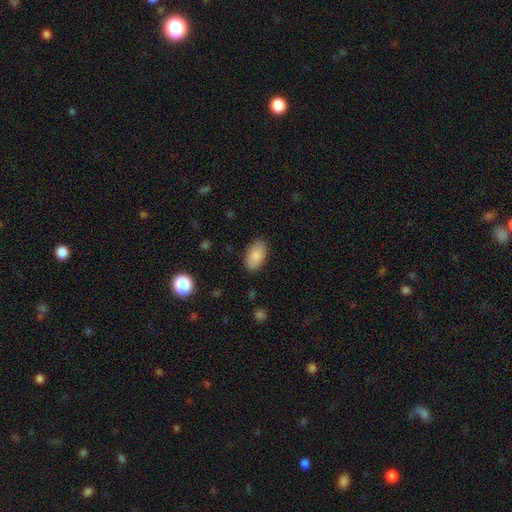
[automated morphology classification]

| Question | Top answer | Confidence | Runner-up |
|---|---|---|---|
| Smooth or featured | smooth | 87% | star or artifact (7%) |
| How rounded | in between | 94% | round (4%) |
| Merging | none | 86% | minor disturbance (11%) |